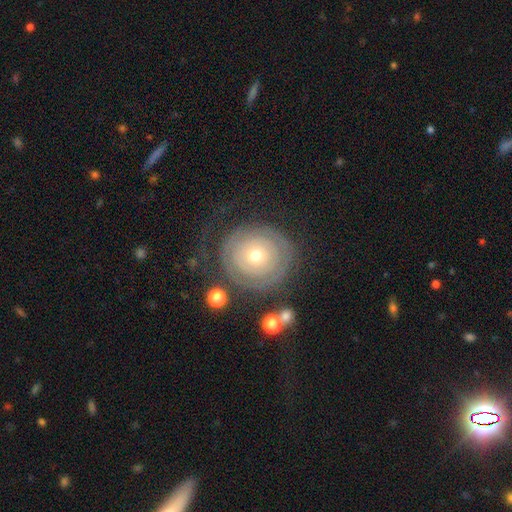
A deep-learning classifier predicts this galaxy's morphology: A featured or disk galaxy (72%) with no bar (87%), tight (84%) spiral arms (76%) and a moderate central bulge (50%).

Vote fractions:
- Smooth or featured? featured or disk: 72% / smooth: 21% / star or artifact: 7%
- Edge-on disk? no: 97% / yes: 3%
- Bar? no: 87% / weak: 10% / strong: 3%
- Spiral arms? yes: 76% / no: 24%
- Spiral winding? tight: 84% / medium: 10% / loose: 6%
- Spiral arm count? can't tell: 44% / 2: 26% / 1: 11% / 3: 9% / 4: 5% / more than 4: 5%
- Bulge size? moderate: 50% / small: 44% / large: 4% / dominant: 1% / none: 1%
- Merging? none: 69% / minor disturbance: 15% / major disturbance: 14% / merger: 3%